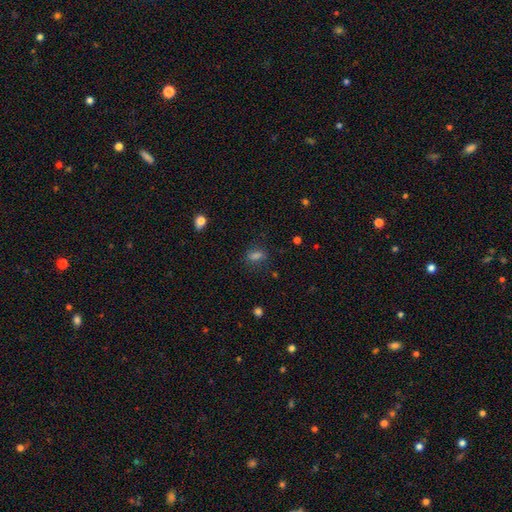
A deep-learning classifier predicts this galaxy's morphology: This is likely a smooth galaxy (69%). How rounded: likely in between (69%). Merging: likely none (75%).